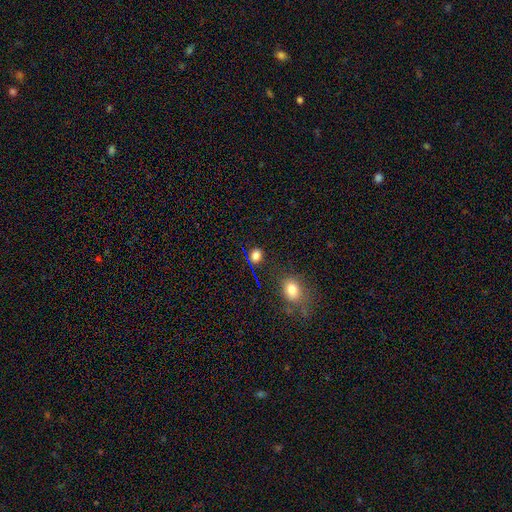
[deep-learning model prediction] This appears to be a smooth galaxy with no disk features (73%) that is round (62%). Merging: none (82%).